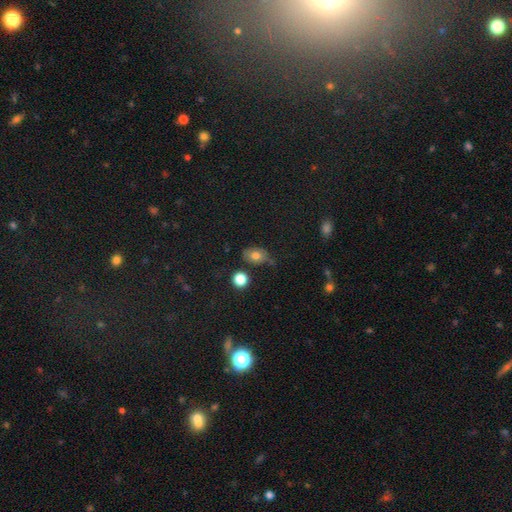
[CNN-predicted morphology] Q: Smooth or featured?
A: smooth (74%); runner-up: featured or disk (15%)
Q: How rounded?
A: in between (72%); runner-up: round (27%)
Q: Merging?
A: none (60%); runner-up: minor disturbance (26%)